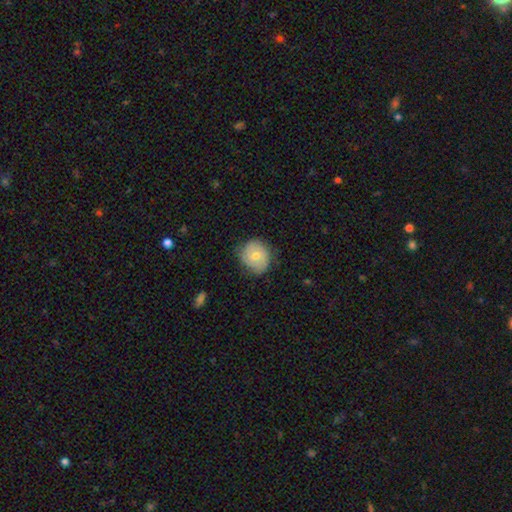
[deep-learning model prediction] Q: Smooth or featured?
A: smooth (56%); runner-up: featured or disk (37%)
Q: How rounded?
A: round (72%); runner-up: in between (27%)
Q: Merging?
A: none (73%); runner-up: minor disturbance (22%)